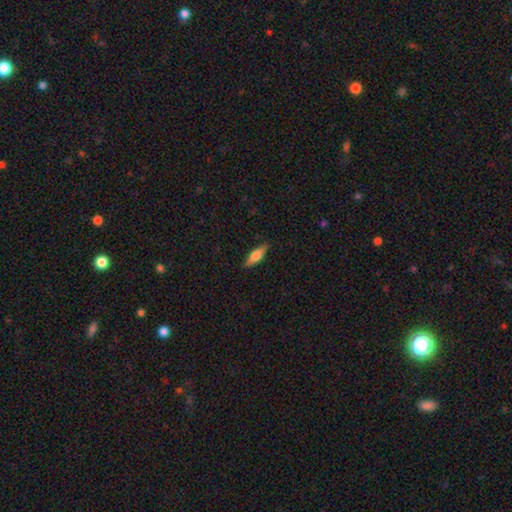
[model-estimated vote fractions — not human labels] smooth-or-featured: smooth: 63% | featured or disk: 31% | star or artifact: 6%
  how-rounded: cigar-shaped: 49% | in between: 48% | round: 2%
  merging: none: 87% | minor disturbance: 10% | major disturbance: 2% | merger: 1%